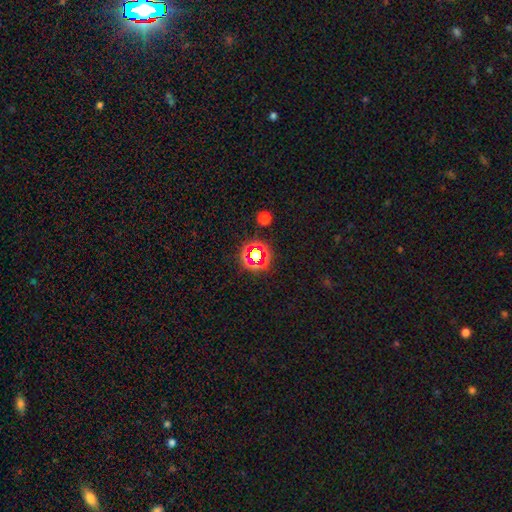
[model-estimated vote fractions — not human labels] A star or artifact, not a galaxy (61%).